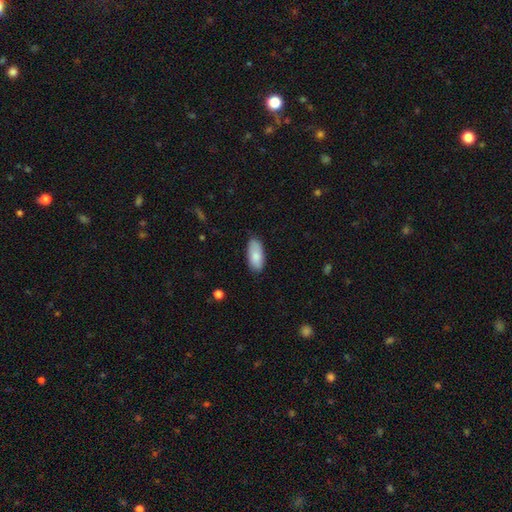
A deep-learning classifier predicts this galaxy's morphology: Q: Smooth or featured?
A: smooth (83%); runner-up: featured or disk (11%)
Q: How rounded?
A: in between (89%); runner-up: cigar-shaped (9%)
Q: Merging?
A: none (80%); runner-up: minor disturbance (16%)